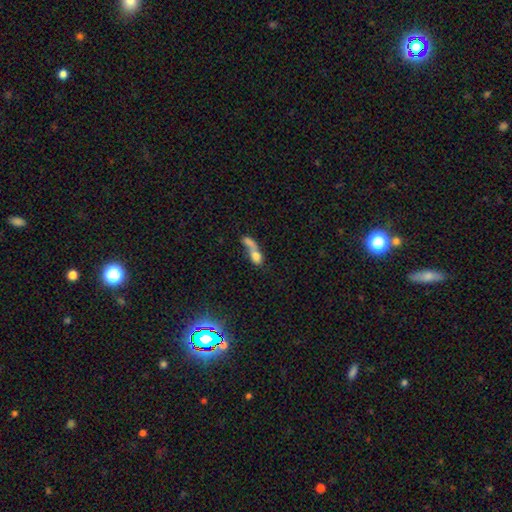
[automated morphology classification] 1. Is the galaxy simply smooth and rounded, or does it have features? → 67% smooth, 22% featured or disk, 11% star or artifact.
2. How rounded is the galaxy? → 58% in between, 22% round, 20% cigar-shaped.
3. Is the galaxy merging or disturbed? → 64% merger, 15% none, 13% major disturbance, 7% minor disturbance.